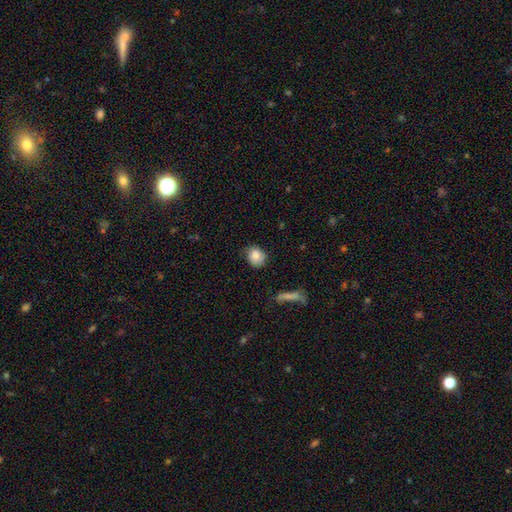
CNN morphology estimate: Smooth or featured: smooth — 83% (featured or disk — 9%)
How rounded: round — 79% (in between — 19%)
Merging: none — 72% (minor disturbance — 21%)